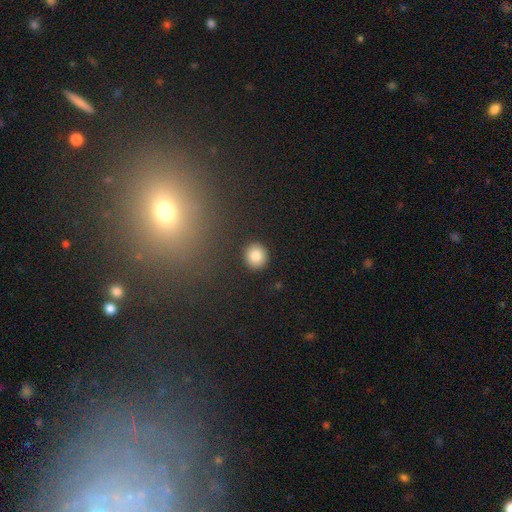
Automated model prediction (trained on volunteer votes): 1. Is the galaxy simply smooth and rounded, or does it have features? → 85% smooth, 9% star or artifact, 6% featured or disk.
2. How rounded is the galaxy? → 90% round, 9% in between, 1% cigar-shaped.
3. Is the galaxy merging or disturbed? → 92% none, 5% minor disturbance, 2% major disturbance, 1% merger.